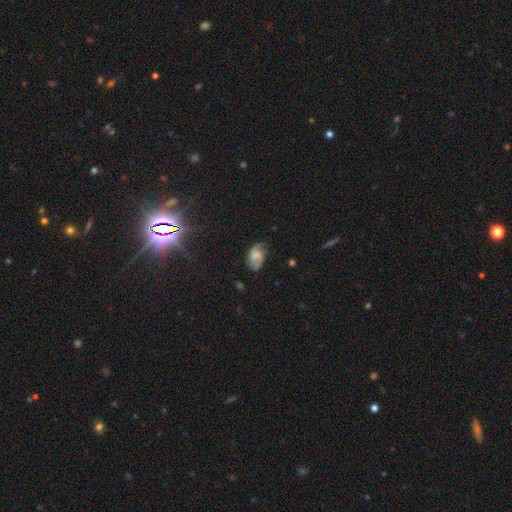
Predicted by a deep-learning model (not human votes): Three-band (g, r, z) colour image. It shows a featured or disk galaxy (60%) with no bar (54%), 2 (80%) medium (44%) spiral arms (90%) and no central bulge (49%). Merging: none (61%).